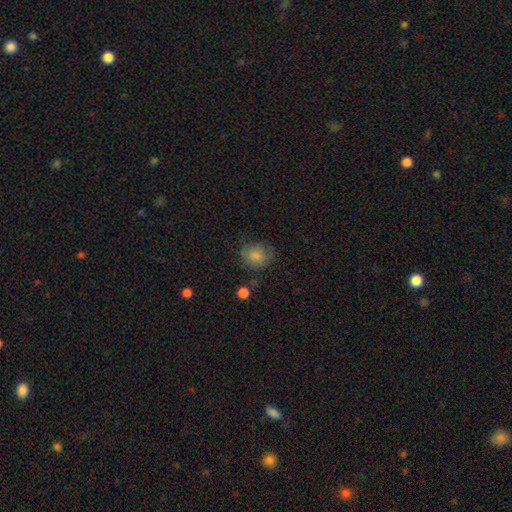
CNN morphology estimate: This appears to be a smooth galaxy with no disk features (82%) that is round (66%). Merging: none (69%).